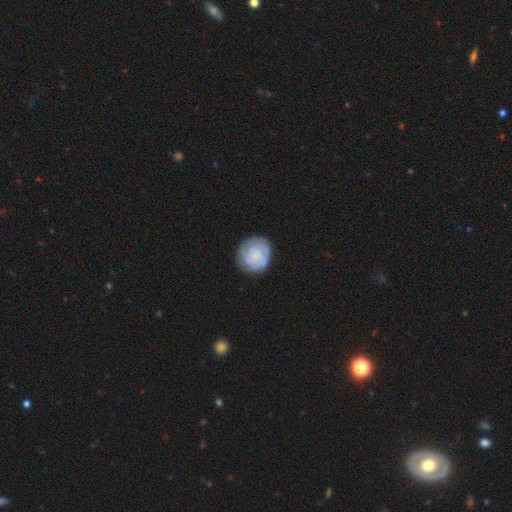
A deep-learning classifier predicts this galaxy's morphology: smooth-or-featured: featured or disk: 51% | smooth: 43% | star or artifact: 7%
  disk-edge-on: no: 98% | yes: 2%
  merging: none: 78% | minor disturbance: 15% | major disturbance: 5% | merger: 1%